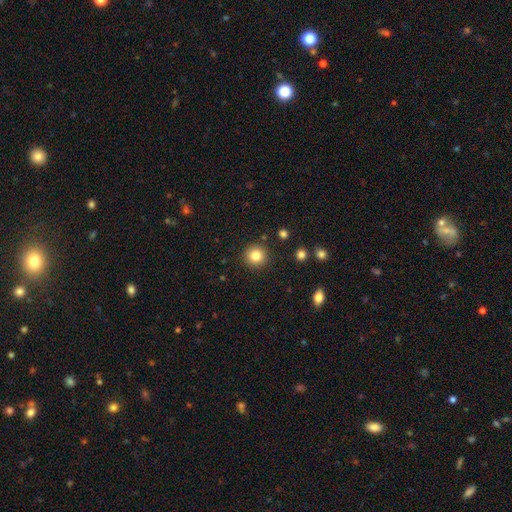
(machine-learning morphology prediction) smooth 83%, star or artifact 11%, featured or disk 6%. Down the decision tree: how rounded — round (94%); merging — none (91%).